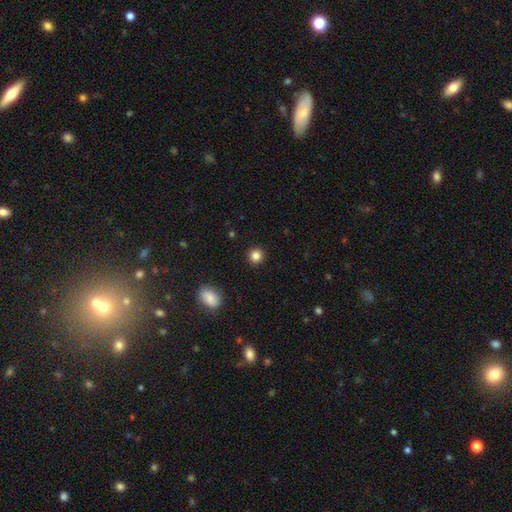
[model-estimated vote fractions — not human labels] Q: Smooth or featured?
A: smooth (84%); runner-up: star or artifact (11%)
Q: How rounded?
A: round (93%); runner-up: in between (6%)
Q: Merging?
A: none (92%); runner-up: minor disturbance (5%)